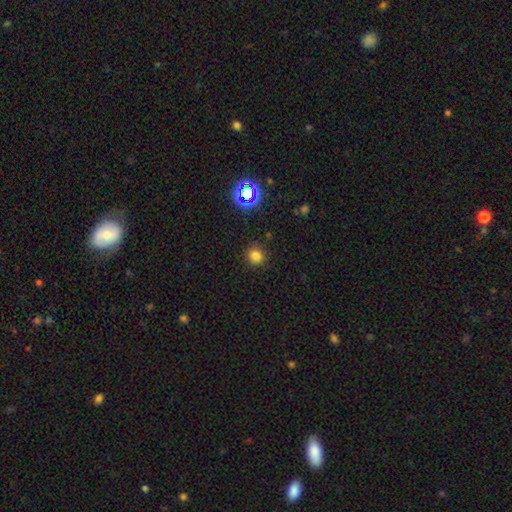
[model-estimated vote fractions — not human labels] Q: Smooth or featured?
A: smooth (76%); runner-up: star or artifact (19%)
Q: How rounded?
A: round (90%); runner-up: in between (9%)
Q: Merging?
A: none (87%); runner-up: minor disturbance (8%)